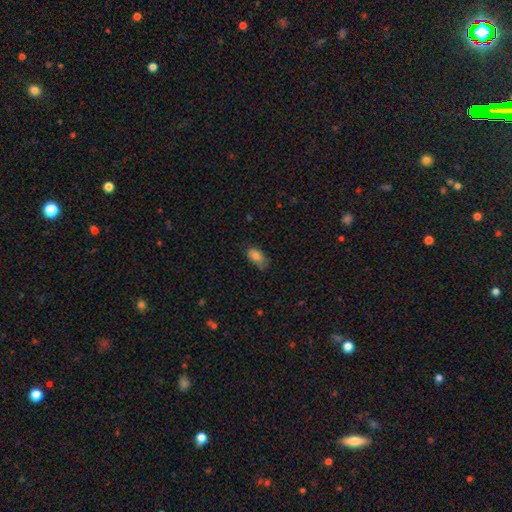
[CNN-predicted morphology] A smooth galaxy with no disk features (84%) that is in between round and cigar-shaped (91%). Merging: none (60%).